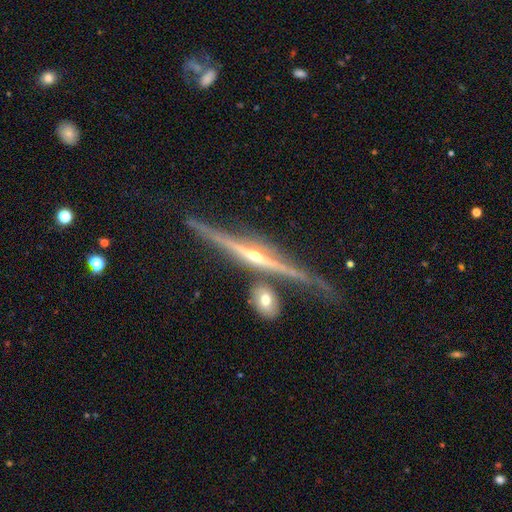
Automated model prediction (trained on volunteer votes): Smooth or featured? Predicted: featured or disk (p=0.88). Edge-on disk? Predicted: yes (p=0.97). Edge-on bulge? Predicted: rounded (p=0.82). Merging? Predicted: none (p=0.75).